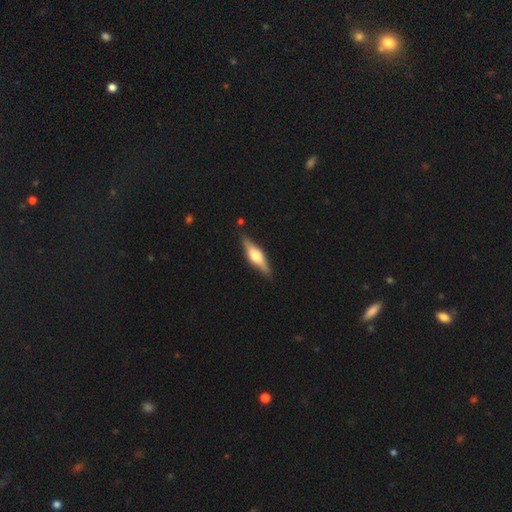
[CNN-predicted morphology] This appears to be a featured or disk galaxy (63%) viewed edge-on (95%) with a rounded central bulge (90%). Merging: none (86%).